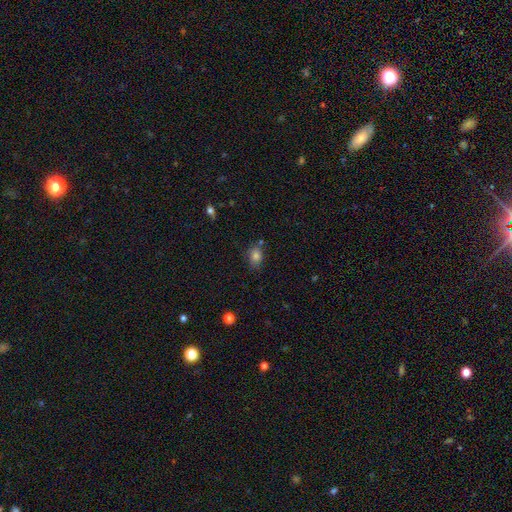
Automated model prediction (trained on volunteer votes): Smooth or featured? smooth (81%)
How rounded? in between (71%)
Merging? none (71%)